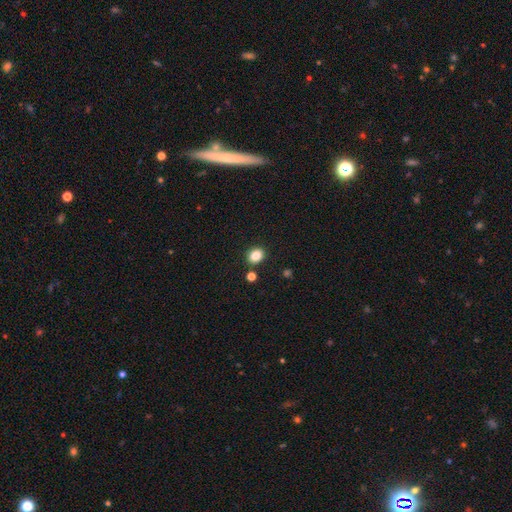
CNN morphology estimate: Smooth or featured?
  - smooth: 84% *
  - star or artifact: 11%
  - featured or disk: 5%
How rounded?
  - round: 56% *
  - in between: 43%
  - cigar-shaped: 1%
Merging?
  - none: 84% *
  - minor disturbance: 8%
  - merger: 5%
  - major disturbance: 2%